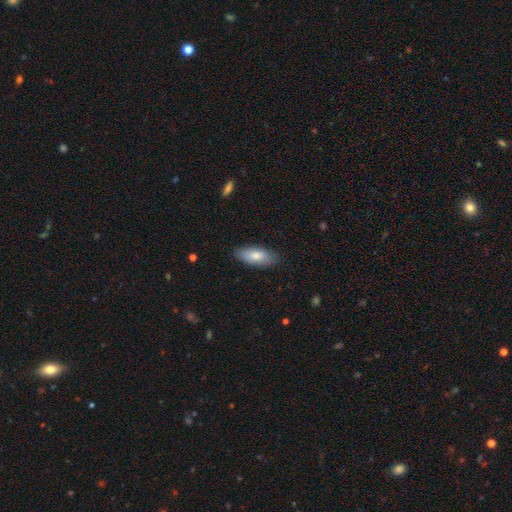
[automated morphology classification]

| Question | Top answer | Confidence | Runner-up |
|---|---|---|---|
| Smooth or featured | smooth | 82% | featured or disk (13%) |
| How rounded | in between | 83% | cigar-shaped (15%) |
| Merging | none | 84% | minor disturbance (12%) |